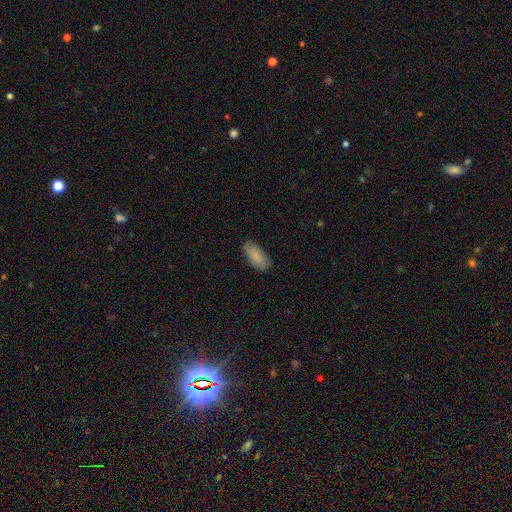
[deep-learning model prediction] Smooth or featured? Predicted: smooth (p=0.85). How rounded? Predicted: in between (p=0.86). Merging? Predicted: none (p=0.83).